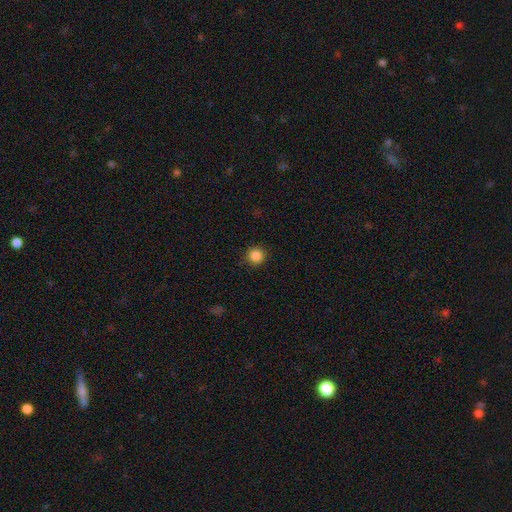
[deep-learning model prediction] A smooth galaxy with no disk features (86%) that is round (95%). Merging: none (90%).